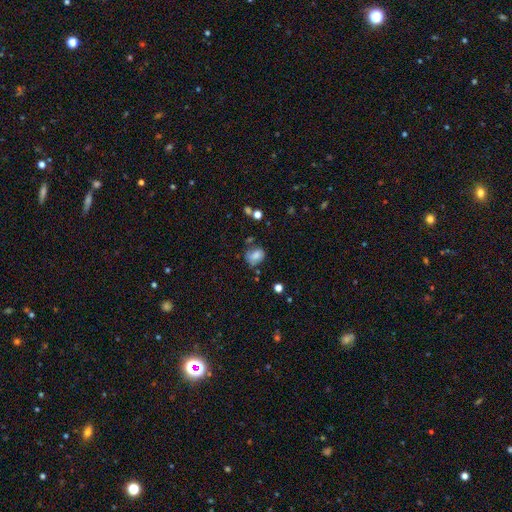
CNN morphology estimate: Smooth or featured?
  - smooth: 76% *
  - featured or disk: 14%
  - star or artifact: 11%
How rounded?
  - in between: 52% *
  - round: 47%
  - cigar-shaped: 1%
Merging?
  - none: 57% *
  - minor disturbance: 26%
  - major disturbance: 9%
  - merger: 7%